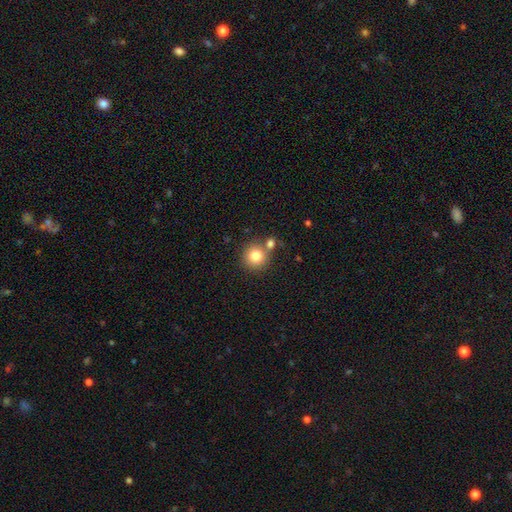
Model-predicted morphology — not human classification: Smooth or featured? smooth (81%)
How rounded? round (93%)
Merging? none (68%)